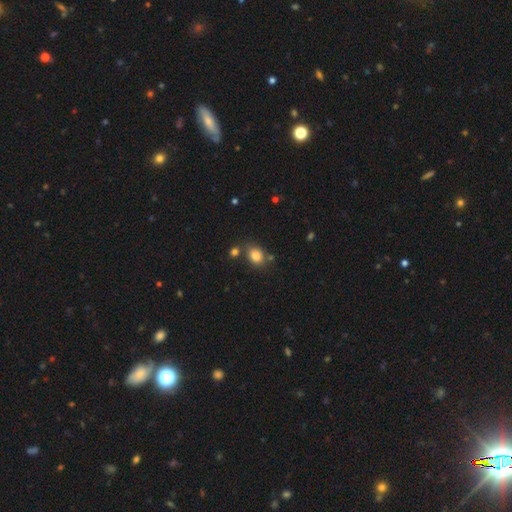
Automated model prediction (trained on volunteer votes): Overall: smooth (82%). How rounded: in between (58%; round 41%). Merging: none (70%).